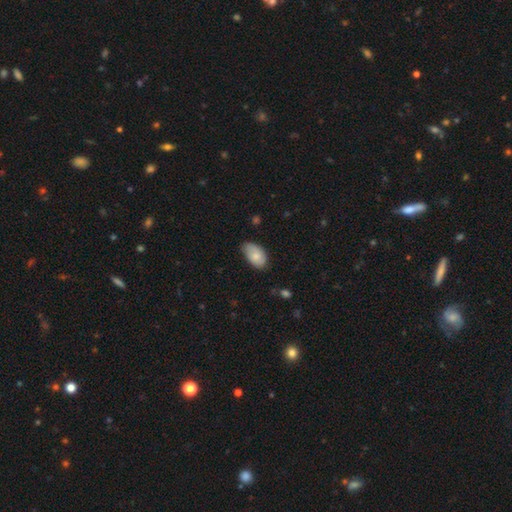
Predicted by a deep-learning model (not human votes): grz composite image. It shows a smooth galaxy with no disk features (76%) that is in between round and cigar-shaped (94%). Merging: none (62%).